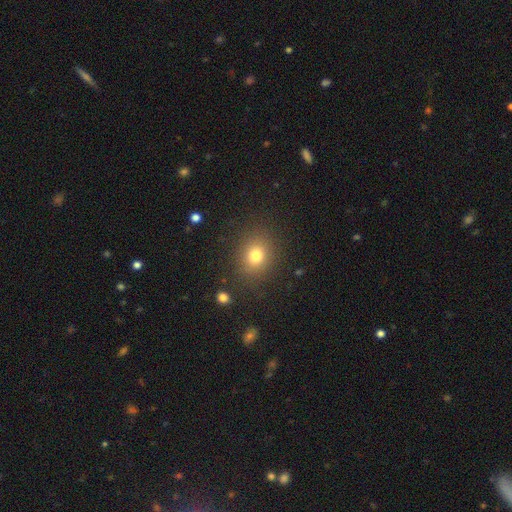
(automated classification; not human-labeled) smooth_or_featured: smooth (p=0.78) [alt: star or artifact p=0.14]
how_rounded: round (p=0.64) [alt: in between p=0.35]
merging: none (p=0.85) [alt: minor disturbance p=0.09]